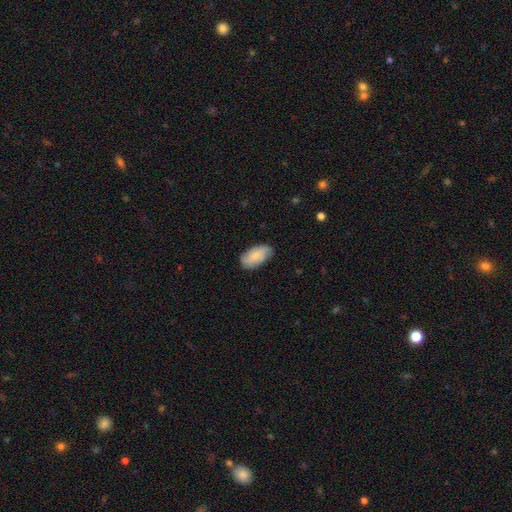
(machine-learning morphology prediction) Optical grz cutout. It shows a smooth galaxy with no disk features (68%) that is in between round and cigar-shaped (94%). Merging: none (75%).